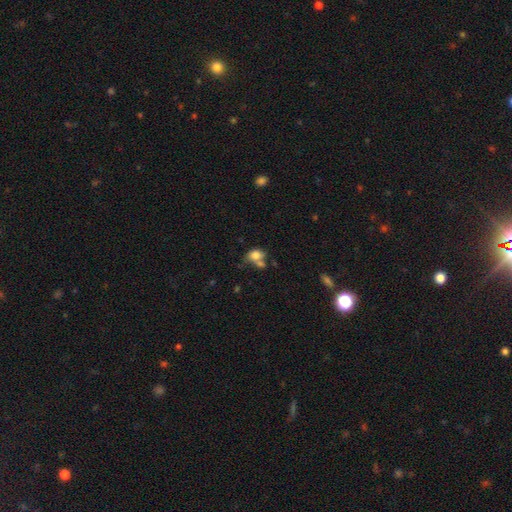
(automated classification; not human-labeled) Smooth or featured?
  - smooth: 76% *
  - featured or disk: 13%
  - star or artifact: 11%
How rounded?
  - in between: 60% *
  - round: 39%
  - cigar-shaped: 1%
Merging?
  - merger: 38% *
  - none: 33%
  - minor disturbance: 18%
  - major disturbance: 11%